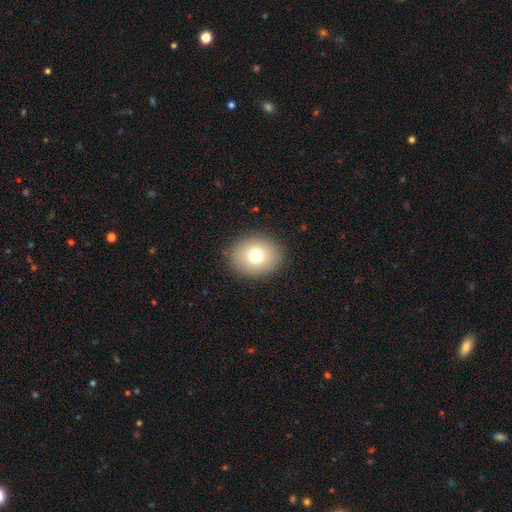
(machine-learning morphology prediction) Q: Smooth or featured?
A: smooth (74%); runner-up: featured or disk (14%)
Q: How rounded?
A: round (64%); runner-up: in between (35%)
Q: Merging?
A: none (89%); runner-up: minor disturbance (7%)